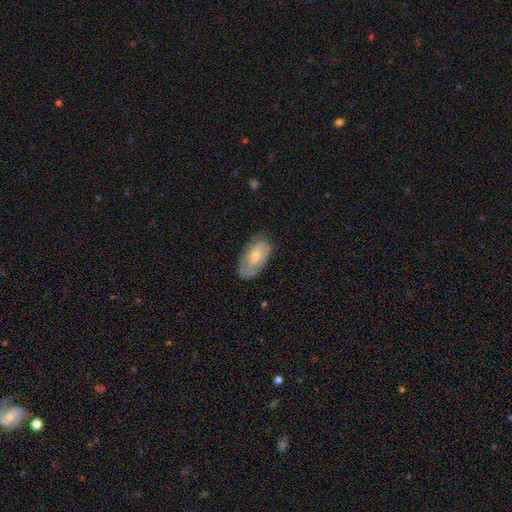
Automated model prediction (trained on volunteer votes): Smooth or featured? featured or disk (51%)
Edge-on disk? no (90%)
Merging? none (69%)